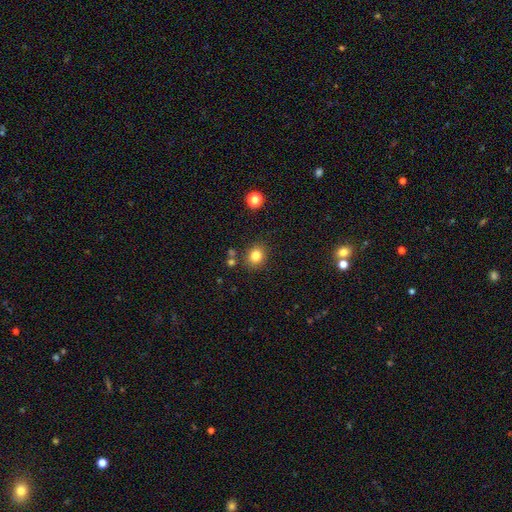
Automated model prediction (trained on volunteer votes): Q: Smooth or featured?
A: smooth (81%); runner-up: star or artifact (12%)
Q: How rounded?
A: round (74%); runner-up: in between (25%)
Q: Merging?
A: none (83%); runner-up: minor disturbance (9%)